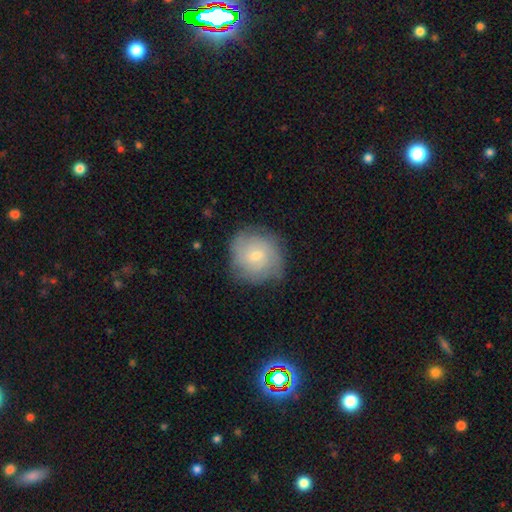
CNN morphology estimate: smooth-or-featured: featured or disk: 46% | smooth: 44% | star or artifact: 9%
  merging: none: 76% | minor disturbance: 18% | major disturbance: 5% | merger: 1%